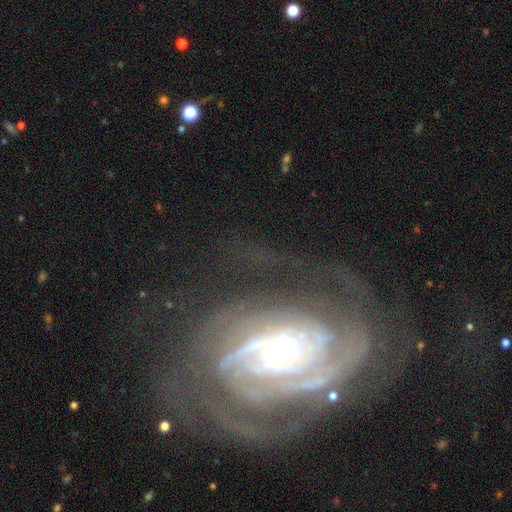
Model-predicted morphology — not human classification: This is clearly a featured or disk galaxy (89%). It is clearly not viewed edge-on (96%). Bar: possibly no (51%). Spiral arm pattern: clearly yes (97%). Spiral arm count: marginally can't tell (24%, tied with 2). Spiral winding: likely tight (73%). Central bulge: likely small (62%). Merging: likely none (65%).